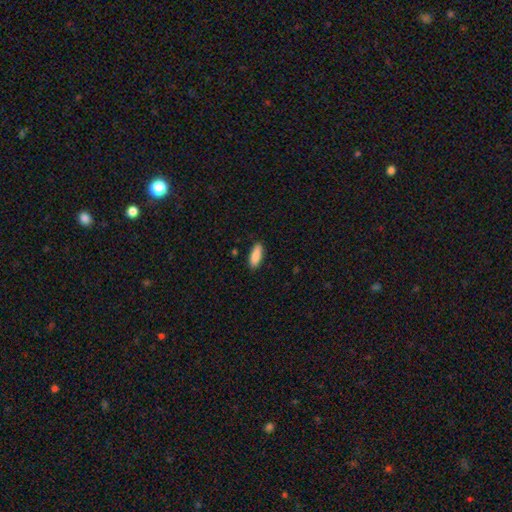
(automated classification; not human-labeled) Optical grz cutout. It shows a smooth galaxy with no disk features (88%) that is in between round and cigar-shaped (68%). Merging: none (86%).